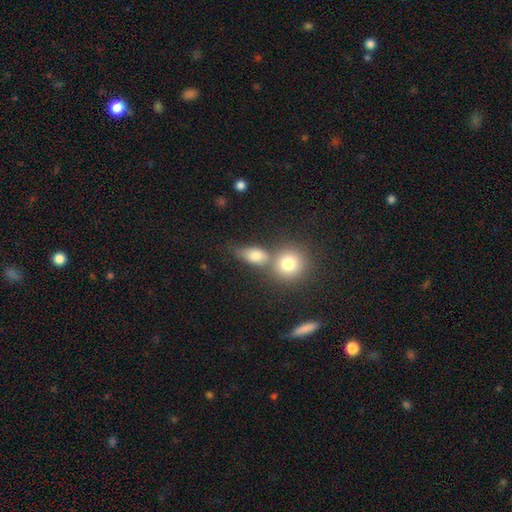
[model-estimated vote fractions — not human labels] smooth_or_featured: smooth (p=0.77) [alt: featured or disk p=0.11]
how_rounded: in between (p=0.65) [alt: round p=0.29]
merging: none (p=0.43) [alt: merger p=0.37]